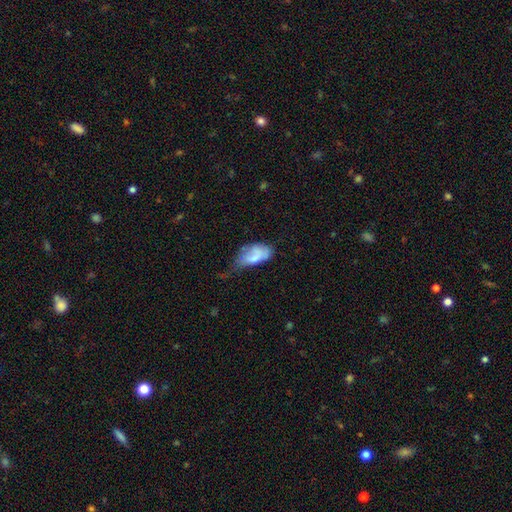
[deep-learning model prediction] Smooth or featured?
  - smooth: 68% *
  - featured or disk: 24%
  - star or artifact: 8%
How rounded?
  - in between: 91% *
  - cigar-shaped: 4%
  - round: 4%
Merging?
  - major disturbance: 36% *
  - minor disturbance: 35%
  - none: 20%
  - merger: 9%